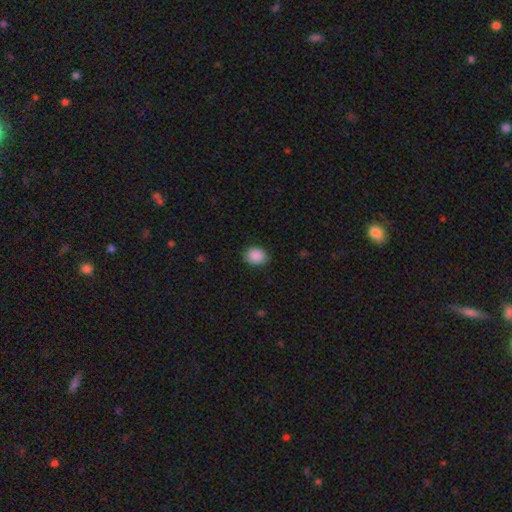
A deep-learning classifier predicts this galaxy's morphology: Smooth or featured?
  - smooth: 89% *
  - star or artifact: 8%
  - featured or disk: 3%
How rounded?
  - round: 55% *
  - in between: 44%
  - cigar-shaped: 1%
Merging?
  - none: 84% *
  - minor disturbance: 12%
  - major disturbance: 3%
  - merger: 1%